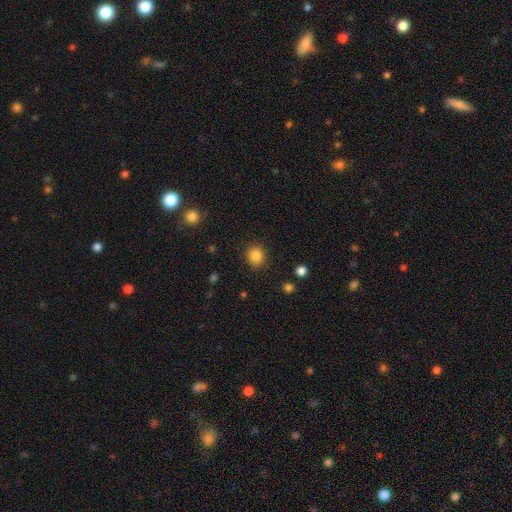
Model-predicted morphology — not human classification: Smooth or featured: smooth — 85% (star or artifact — 11%)
How rounded: round — 81% (in between — 18%)
Merging: none — 88% (minor disturbance — 8%)